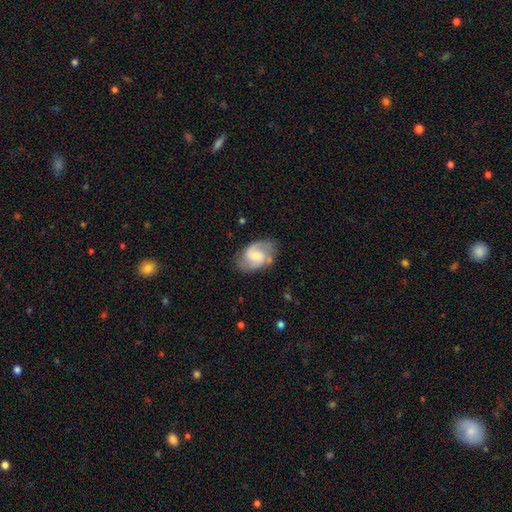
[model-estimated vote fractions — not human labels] The model was most divided on "bulge size": small: 48%, moderate: 37%, none: 9%, large: 5%, dominant: 1%. Remaining: edge-on disk — no (98%); spiral arms — yes (95%); spiral arm count — 2 (89%); smooth or featured — featured or disk (76%); merging — none (74%); spiral winding — medium (55%); bar — weak (50%).